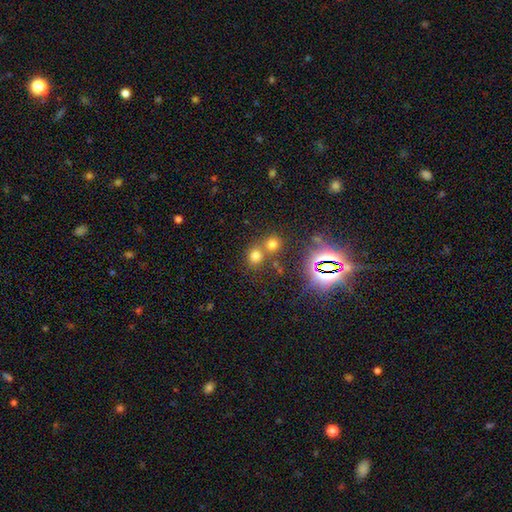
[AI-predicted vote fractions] A smooth galaxy with no disk features (65%) that is round (80%).

Vote fractions:
- Smooth or featured? smooth: 65% / star or artifact: 27% / featured or disk: 8%
- How rounded? round: 80% / in between: 18% / cigar-shaped: 1%
- Merging? none: 55% / merger: 34% / minor disturbance: 7% / major disturbance: 4%